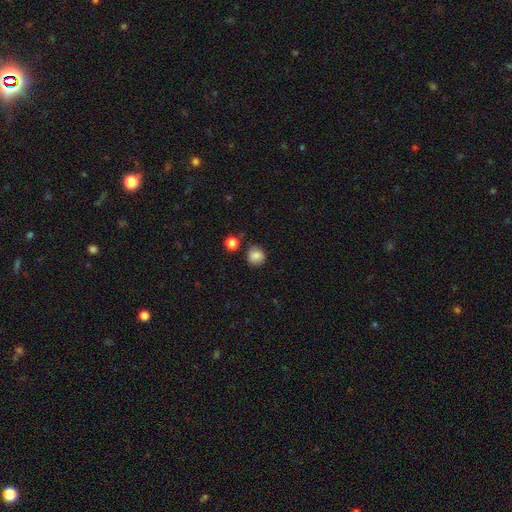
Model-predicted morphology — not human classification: Overall: smooth (83%). How rounded: round (89%). Merging: none (80%).